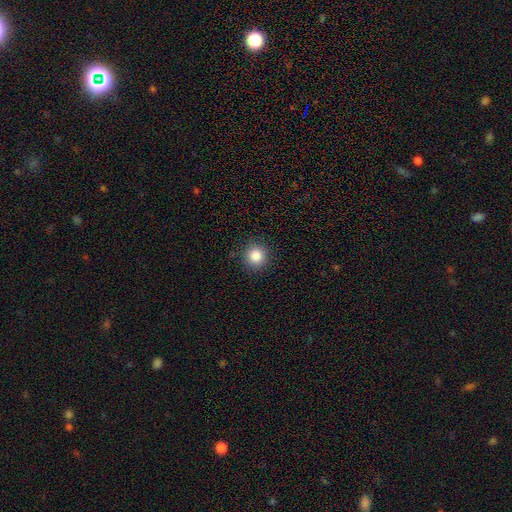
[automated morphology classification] smooth-or-featured: smooth: 85% | star or artifact: 11% | featured or disk: 5%
  how-rounded: round: 92% | in between: 7% | cigar-shaped: 1%
  merging: none: 90% | minor disturbance: 7% | major disturbance: 2% | merger: 1%